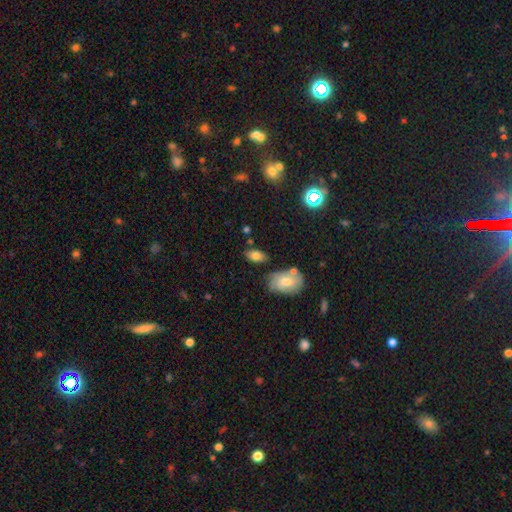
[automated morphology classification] smooth-or-featured: smooth: 77% | featured or disk: 13% | star or artifact: 10%
  how-rounded: in between: 90% | round: 7% | cigar-shaped: 3%
  merging: none: 70% | minor disturbance: 18% | merger: 7% | major disturbance: 5%